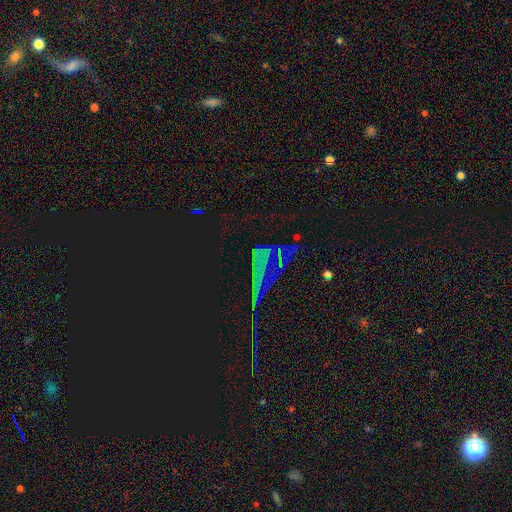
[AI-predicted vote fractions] smooth_or_featured: star or artifact (p=0.73) [alt: smooth p=0.14]